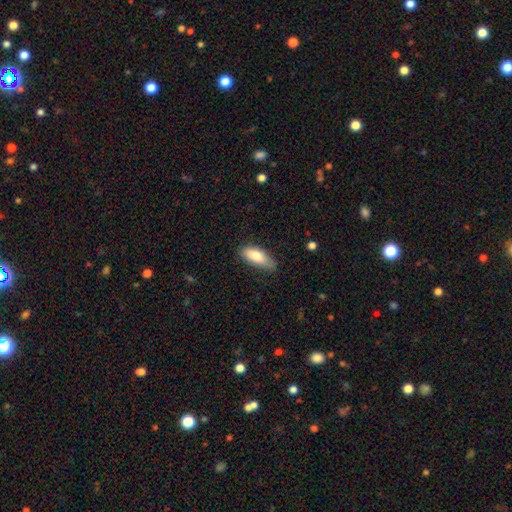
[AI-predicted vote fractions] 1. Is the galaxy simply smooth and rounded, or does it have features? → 82% smooth, 12% featured or disk, 6% star or artifact.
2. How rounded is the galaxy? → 74% in between, 24% cigar-shaped, 2% round.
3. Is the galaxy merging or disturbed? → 68% none, 25% minor disturbance, 5% major disturbance, 1% merger.